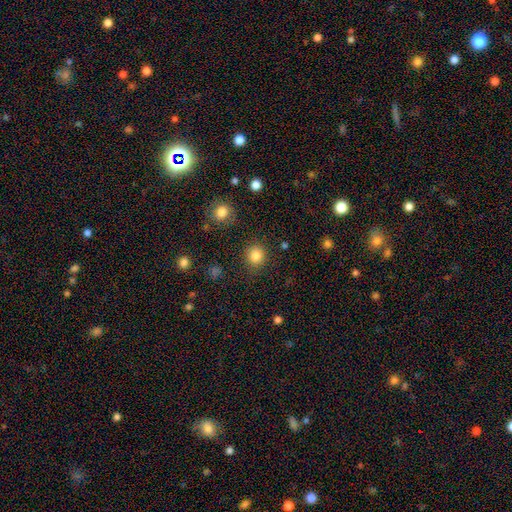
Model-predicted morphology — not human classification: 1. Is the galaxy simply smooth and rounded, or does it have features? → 84% smooth, 12% star or artifact, 4% featured or disk.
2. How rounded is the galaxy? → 88% round, 11% in between, 1% cigar-shaped.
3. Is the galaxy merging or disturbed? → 86% none, 8% minor disturbance, 3% major disturbance, 2% merger.